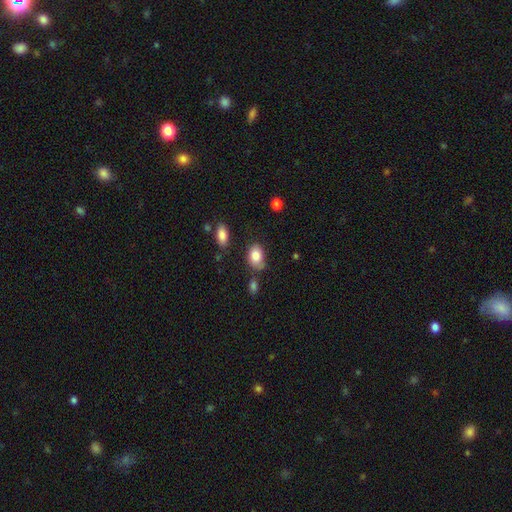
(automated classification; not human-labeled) smooth_or_featured: smooth (p=0.83) [alt: featured or disk p=0.09]
how_rounded: in between (p=0.80) [alt: round p=0.19]
merging: none (p=0.64) [alt: minor disturbance p=0.24]